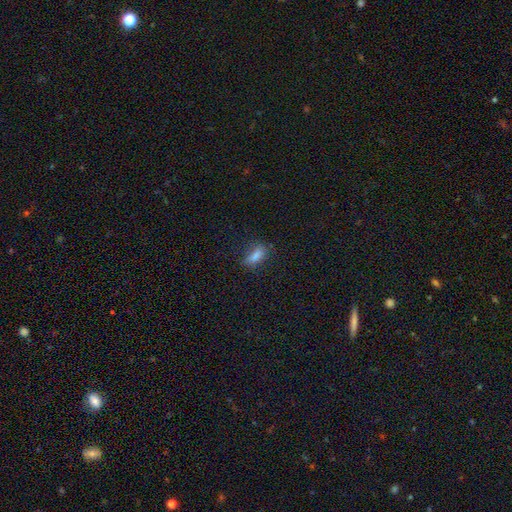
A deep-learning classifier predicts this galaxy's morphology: smooth 72%, star or artifact 16%, featured or disk 12%. Down the decision tree: how rounded — in between (62%); merging — none (70%).